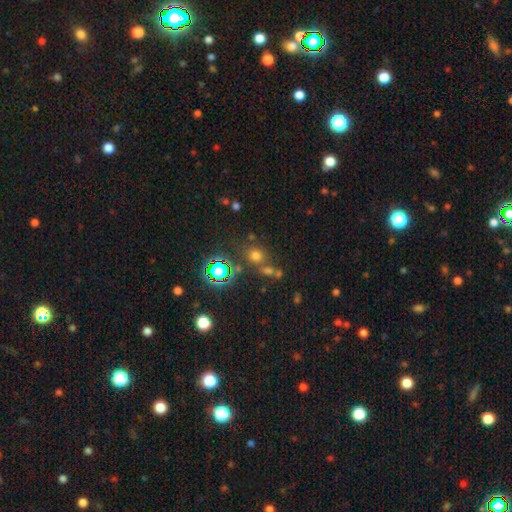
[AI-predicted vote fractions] smooth 61%, star or artifact 30%, featured or disk 9%. Down the decision tree: how rounded — round (79%); merging — none (65%).